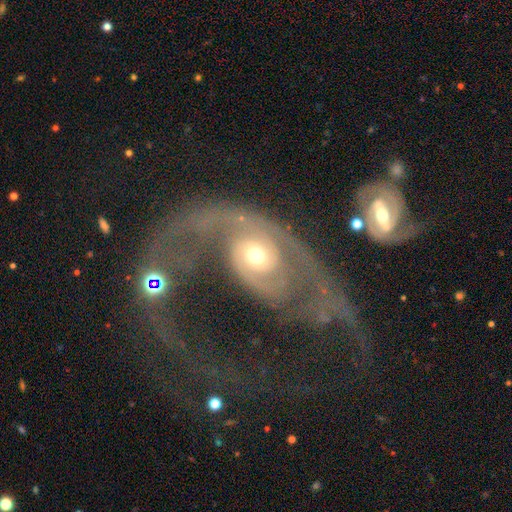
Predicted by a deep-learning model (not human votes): Smooth or featured? featured or disk (89%)
Edge-on disk? no (97%)
Bar? no (64%)
Spiral arms? yes (95%)
Spiral winding? medium (42%)
Spiral arm count? 2 (88%)
Bulge size? moderate (67%)
Merging? none (48%)